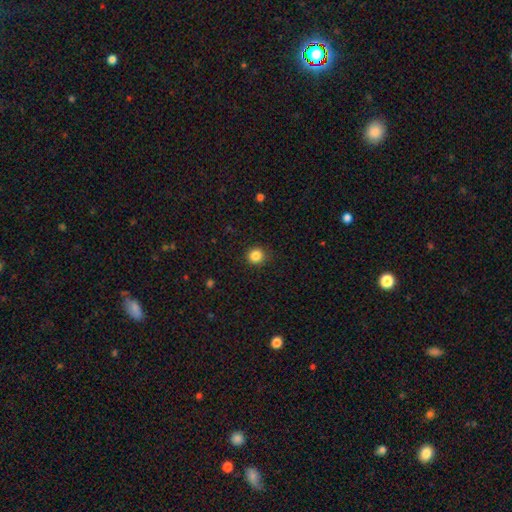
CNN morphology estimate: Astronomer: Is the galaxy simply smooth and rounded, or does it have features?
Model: smooth — 85%.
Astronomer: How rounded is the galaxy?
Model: round — 91%.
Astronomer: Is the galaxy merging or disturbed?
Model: none — 90%.